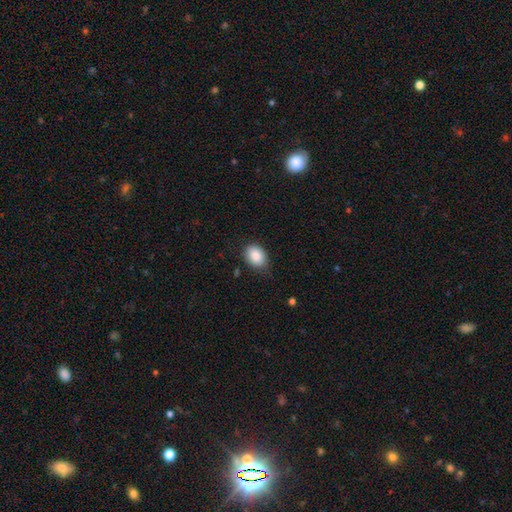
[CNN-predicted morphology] Overall: smooth (88%). How rounded: in between (74%). Merging: none (74%).